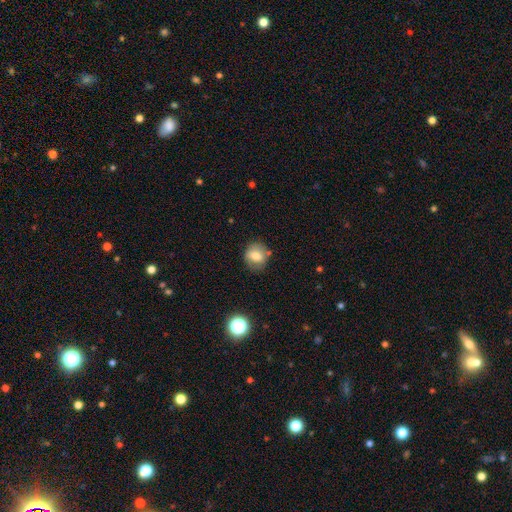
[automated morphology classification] smooth-or-featured: smooth: 69% | featured or disk: 21% | star or artifact: 10%
  how-rounded: round: 75% | in between: 24% | cigar-shaped: 1%
  merging: none: 72% | minor disturbance: 18% | major disturbance: 5% | merger: 4%